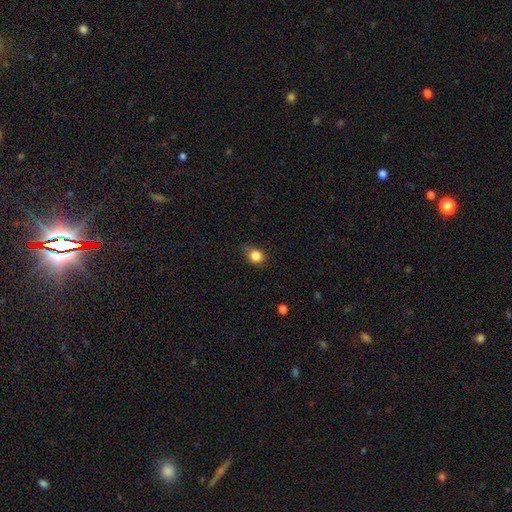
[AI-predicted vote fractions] Morphology: type=smooth (84%); roundness=round (71%); merging=none (74%).